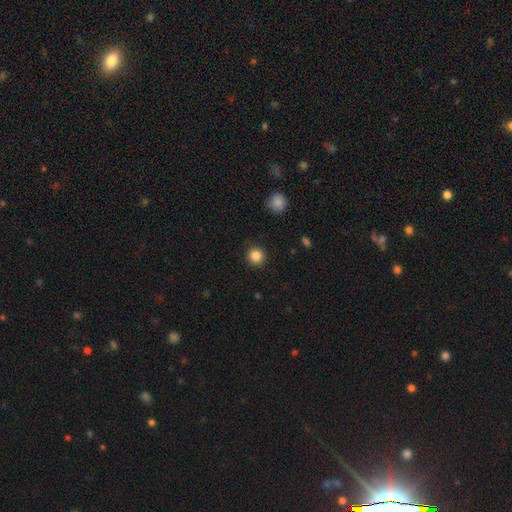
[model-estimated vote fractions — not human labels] Overall: smooth (85%). How rounded: round (95%). Merging: none (92%).